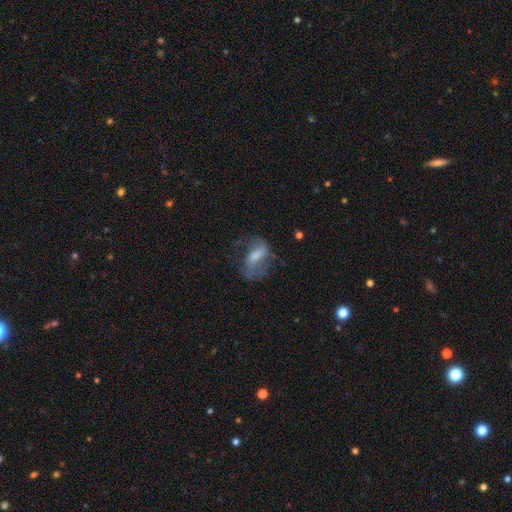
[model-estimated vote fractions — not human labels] featured or disk 64%, smooth 26%, star or artifact 10%. Down the decision tree: edge-on disk — no (94%); bar — weak (44%); spiral arms — yes (81%); bulge size — moderate (37%); merging — none (56%).